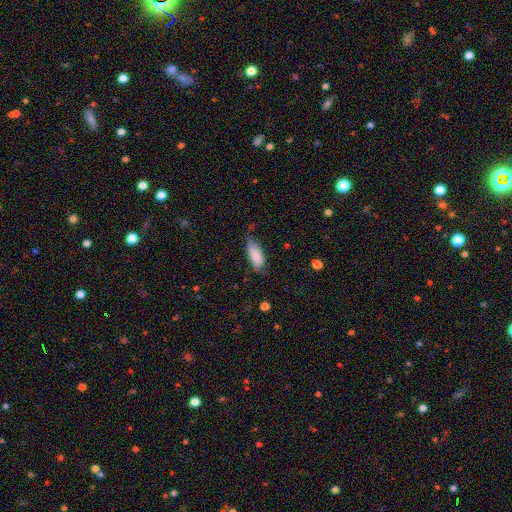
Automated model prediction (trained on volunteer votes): smooth_or_featured: smooth (p=0.82) [alt: featured or disk p=0.12]
how_rounded: in between (p=0.84) [alt: cigar-shaped p=0.14]
merging: none (p=0.45) [alt: minor disturbance p=0.41]